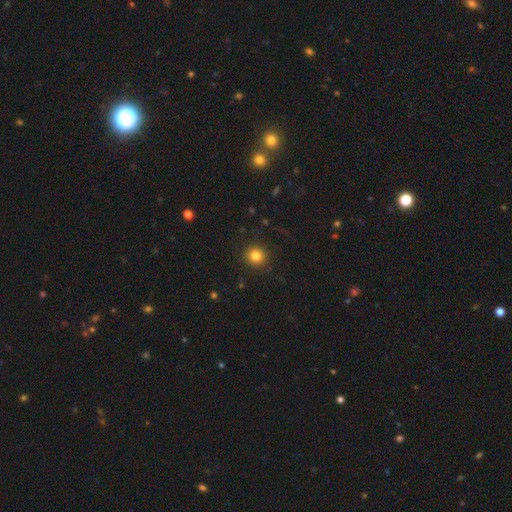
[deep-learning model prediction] Smooth or featured?
  - smooth: 83% *
  - star or artifact: 12%
  - featured or disk: 5%
How rounded?
  - round: 90% *
  - in between: 9%
  - cigar-shaped: 1%
Merging?
  - none: 90% *
  - minor disturbance: 7%
  - major disturbance: 3%
  - merger: 1%